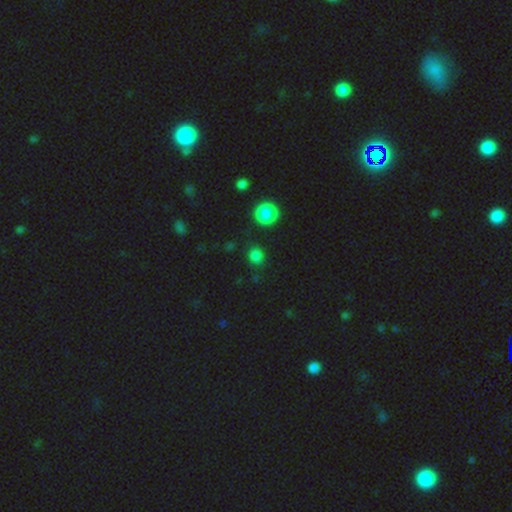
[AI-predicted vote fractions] The model was most divided on "smooth or featured": smooth: 80%, star or artifact: 17%, featured or disk: 3%. More confident: how rounded — round (87%); merging — none (86%).